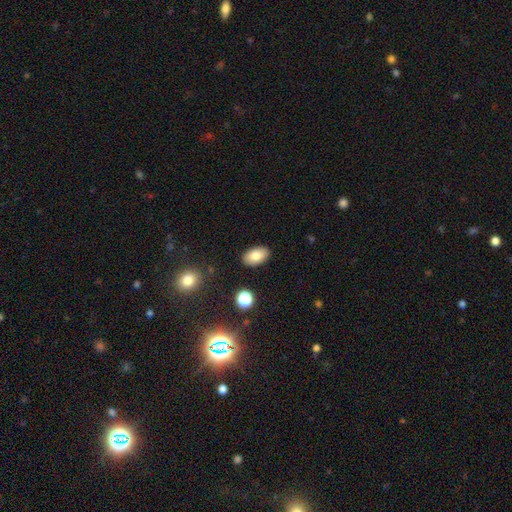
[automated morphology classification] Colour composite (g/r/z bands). It shows a smooth galaxy with no disk features (81%) that is in between round and cigar-shaped (93%). Merging: none (88%).